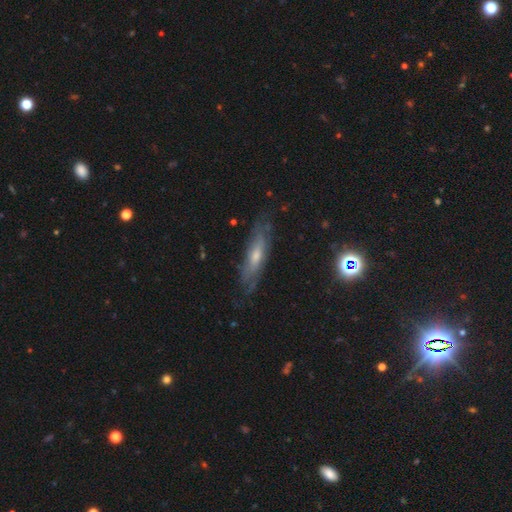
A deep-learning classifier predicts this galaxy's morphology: A featured or disk galaxy (59%).

Vote fractions:
- Smooth or featured? featured or disk: 59% / smooth: 31% / star or artifact: 10%
- Edge-on disk? no: 55% / yes: 45%
- Merging? none: 75% / minor disturbance: 18% / major disturbance: 6% / merger: 1%